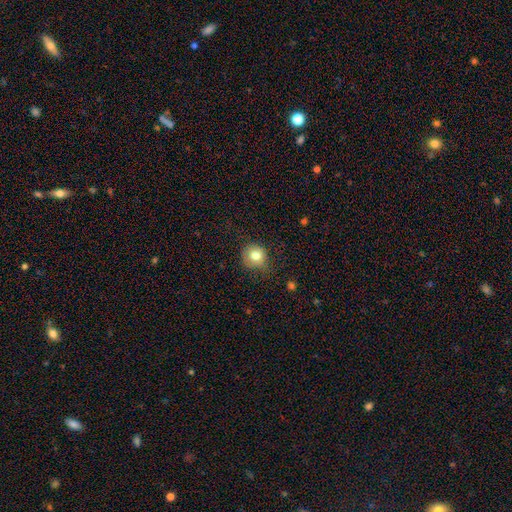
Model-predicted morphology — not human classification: smooth-or-featured: smooth: 80% | star or artifact: 11% | featured or disk: 10%
  how-rounded: round: 89% | in between: 10% | cigar-shaped: 1%
  merging: none: 73% | minor disturbance: 20% | major disturbance: 6% | merger: 1%